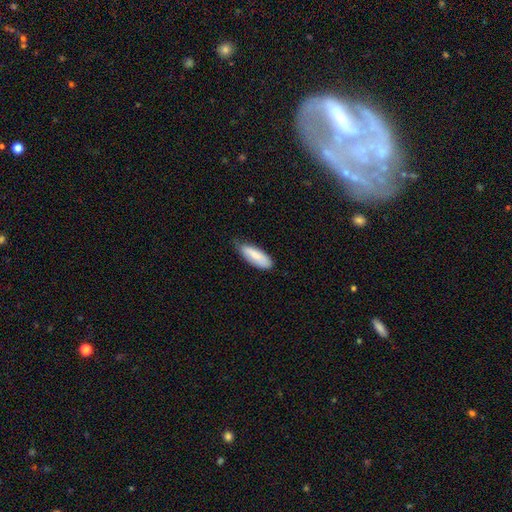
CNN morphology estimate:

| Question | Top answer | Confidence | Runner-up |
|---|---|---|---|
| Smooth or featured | smooth | 83% | featured or disk (11%) |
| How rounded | in between | 64% | cigar-shaped (35%) |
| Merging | none | 62% | minor disturbance (32%) |